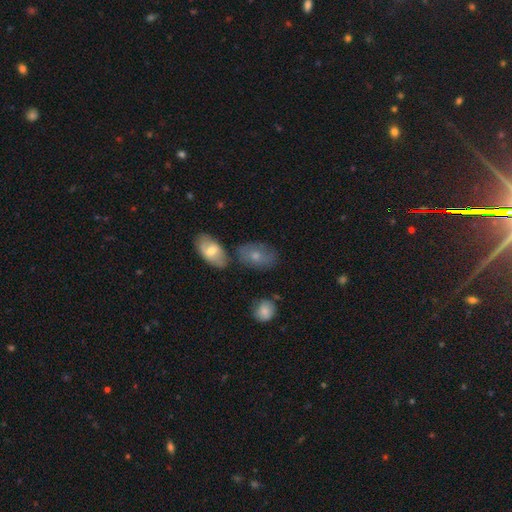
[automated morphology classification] type=smooth (63%); roundness=in between (85%); merging=none (59%).